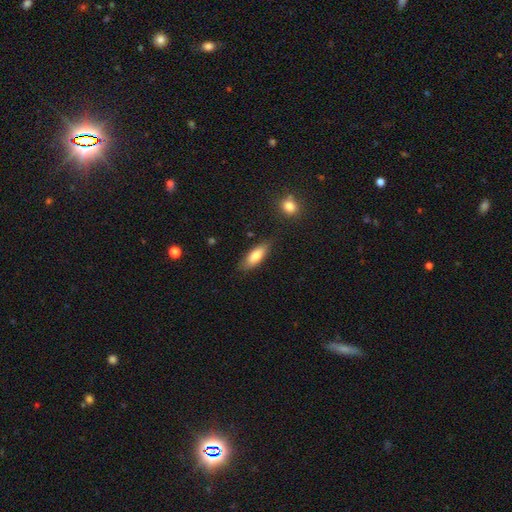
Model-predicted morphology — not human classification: This appears to be a smooth galaxy with no disk features (78%) that is in between round and cigar-shaped (70%). Merging: none (79%).